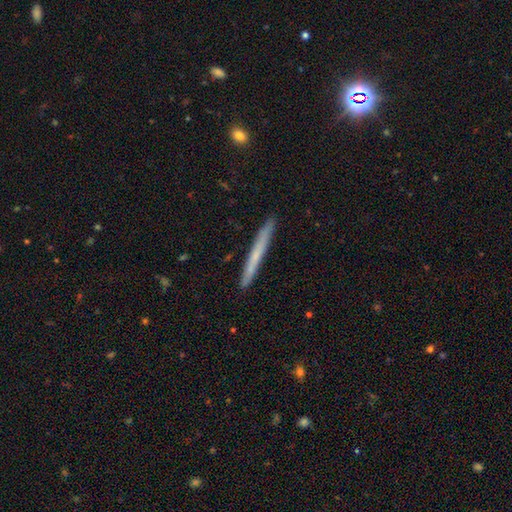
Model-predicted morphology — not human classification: Q: Smooth or featured?
A: smooth (55%); runner-up: featured or disk (39%)
Q: How rounded?
A: cigar-shaped (97%); runner-up: in between (2%)
Q: Merging?
A: none (91%); runner-up: minor disturbance (6%)